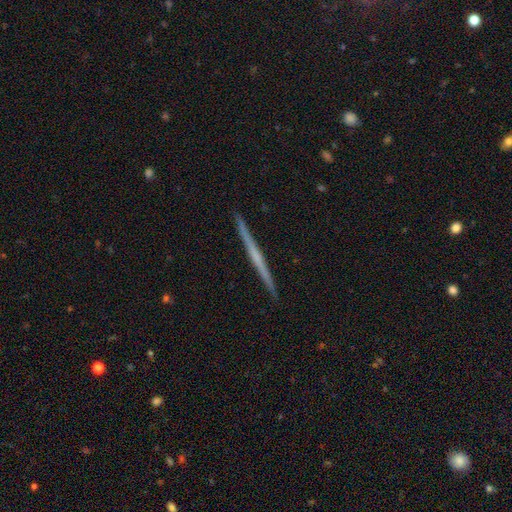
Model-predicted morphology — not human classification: Q: Smooth or featured?
A: featured or disk (65%); runner-up: smooth (29%)
Q: Edge-on disk?
A: yes (98%); runner-up: no (2%)
Q: Edge-on bulge?
A: none (76%); runner-up: rounded (19%)
Q: Merging?
A: none (93%); runner-up: minor disturbance (5%)